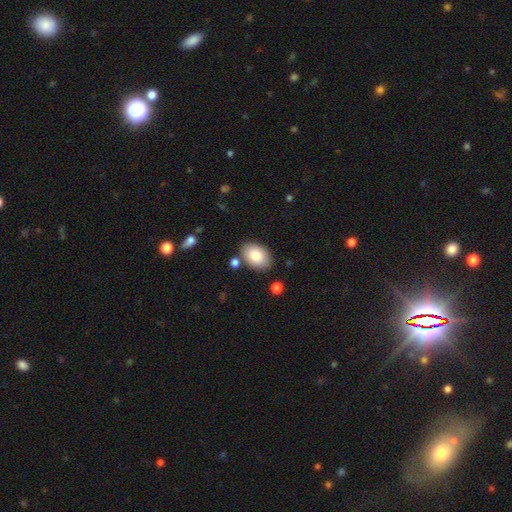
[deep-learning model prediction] Smooth or featured? smooth (84%)
How rounded? in between (88%)
Merging? none (81%)